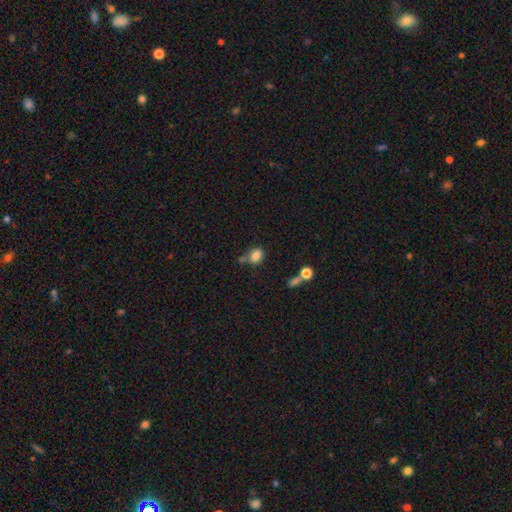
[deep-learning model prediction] Smooth or featured?
  - smooth: 83% *
  - star or artifact: 10%
  - featured or disk: 7%
How rounded?
  - in between: 60% *
  - round: 38%
  - cigar-shaped: 1%
Merging?
  - none: 54% *
  - minor disturbance: 20%
  - merger: 19%
  - major disturbance: 7%